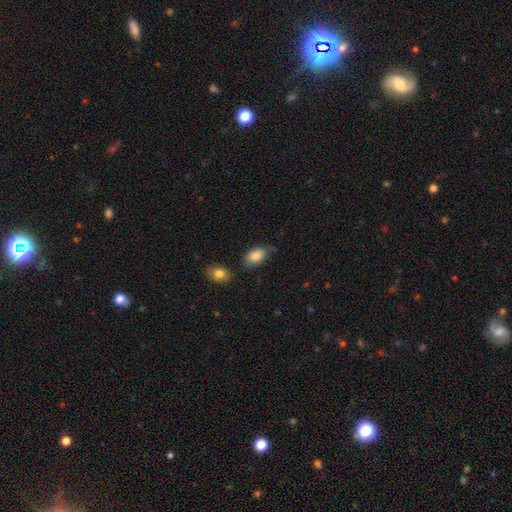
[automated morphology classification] Overall: smooth (85%). How rounded: in between (89%). Merging: none (60%; minor disturbance 27%).